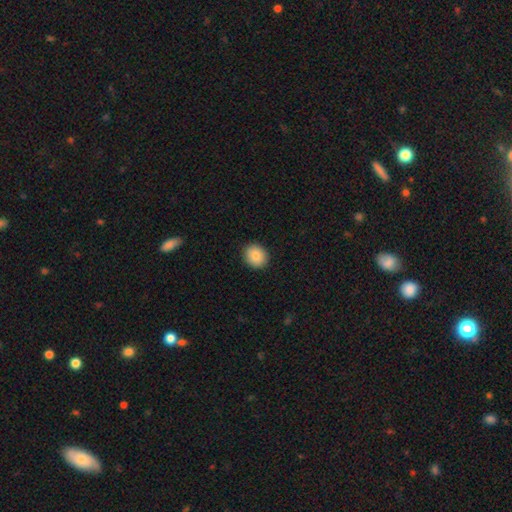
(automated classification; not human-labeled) Smooth or featured? smooth (86%)
How rounded? round (70%)
Merging? none (91%)